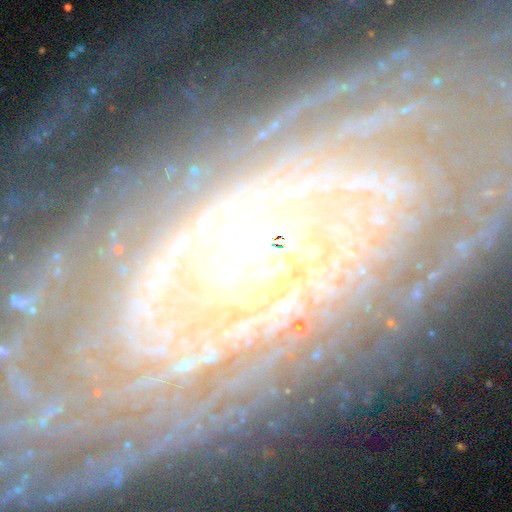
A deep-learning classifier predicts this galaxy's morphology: Smooth or featured?
  - featured or disk: 88% *
  - star or artifact: 6%
  - smooth: 6%
Edge-on disk?
  - no: 91% *
  - yes: 9%
Bar?
  - no: 65% *
  - weak: 22%
  - strong: 12%
Spiral arms?
  - yes: 92% *
  - no: 8%
Spiral winding?
  - tight: 69% *
  - medium: 22%
  - loose: 9%
Spiral arm count?
  - can't tell: 32% *
  - 2: 20%
  - more than 4: 13%
  - 3: 13%
  - 4: 12%
  - 1: 10%
Bulge size?
  - moderate: 54% *
  - small: 33%
  - large: 9%
  - none: 2%
  - dominant: 2%
Merging?
  - none: 69% *
  - minor disturbance: 17%
  - major disturbance: 11%
  - merger: 3%